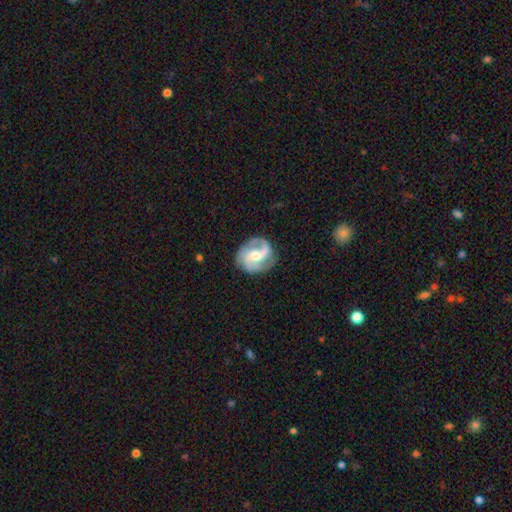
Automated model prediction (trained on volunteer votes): Overall: featured or disk (86%). Edge-on disk: no (98%). Bar: weak (46%; no 36%). Spiral arms: yes (97%). Spiral arm count: 2 (47%; 3 32%). Spiral winding: medium (50%; loose 25%). Bulge size: moderate (64%; small 29%). Merging: none (77%).